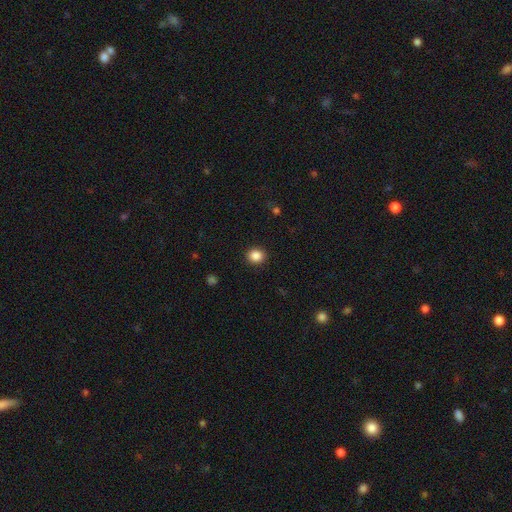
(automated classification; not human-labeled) This appears to be a smooth galaxy with no disk features (86%) that is round (78%). Merging: none (91%).